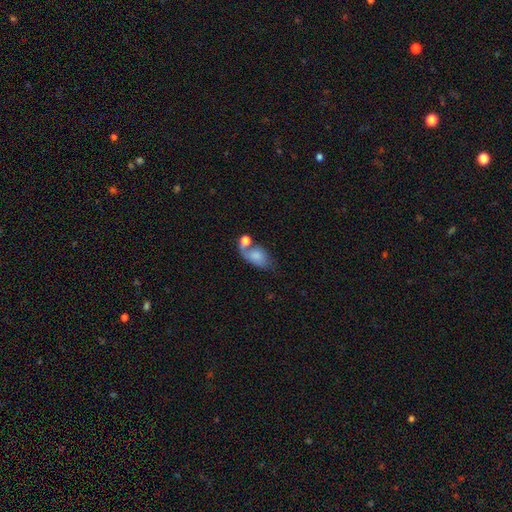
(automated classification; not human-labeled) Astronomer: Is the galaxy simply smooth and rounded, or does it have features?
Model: smooth — 66%.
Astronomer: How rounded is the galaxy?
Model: in between — 85%.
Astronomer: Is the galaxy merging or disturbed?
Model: merger — 39% (runner-up: none, 27%).